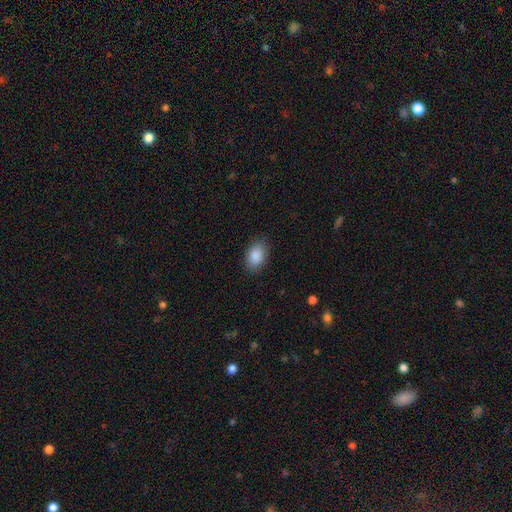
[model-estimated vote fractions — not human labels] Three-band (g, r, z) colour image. It shows a smooth galaxy with no disk features (88%) that is in between round and cigar-shaped (86%). Merging: none (85%).